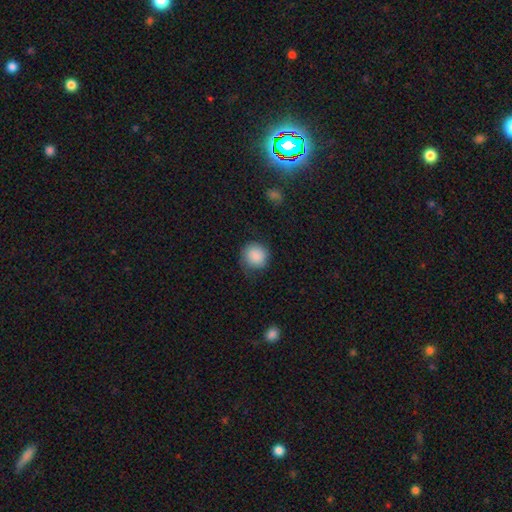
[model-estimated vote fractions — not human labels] A smooth galaxy with no disk features (87%) that is round (90%). Merging: none (77%).